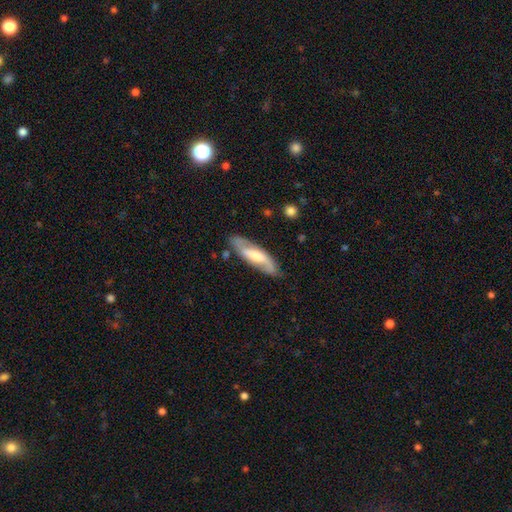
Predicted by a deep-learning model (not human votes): featured or disk 65%, smooth 30%, star or artifact 5%. Down the decision tree: edge-on disk — no (81%); bar — weak (42%); spiral arms — yes (86%); bulge size — moderate (44%); merging — none (78%).